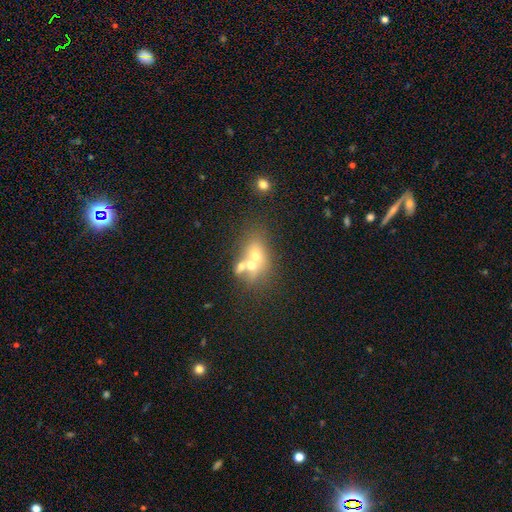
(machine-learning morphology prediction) Overall: smooth (54%; featured or disk 32%). How rounded: in between (58%; round 40%). Merging: merger (59%; none 26%).